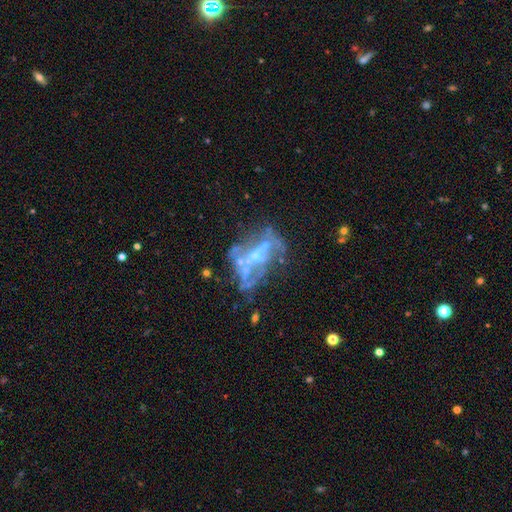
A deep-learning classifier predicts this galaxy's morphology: smooth-or-featured: featured or disk: 73% | star or artifact: 15% | smooth: 12%
  disk-edge-on: no: 93% | yes: 7%
    bar: no: 65% | weak: 21% | strong: 13%
    has-spiral-arms: no: 78% | yes: 22%
    bulge-size: small: 36% | moderate: 34% | none: 25% | large: 3% | dominant: 1%
  merging: none: 35% | major disturbance: 28% | merger: 22% | minor disturbance: 15%